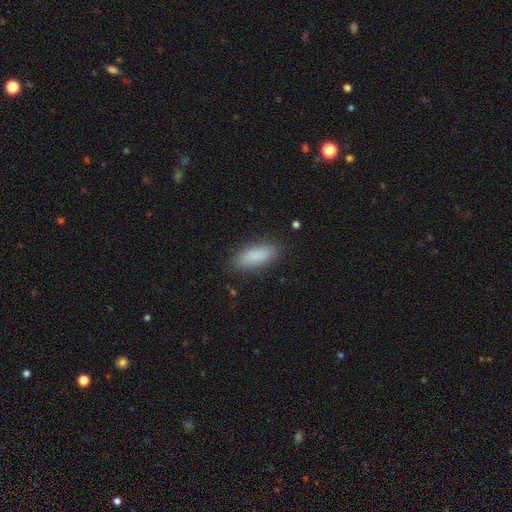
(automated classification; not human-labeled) The model was most divided on "how rounded": in between: 73%, cigar-shaped: 25%, round: 2%. More confident: smooth or featured — smooth (87%); merging — none (85%).